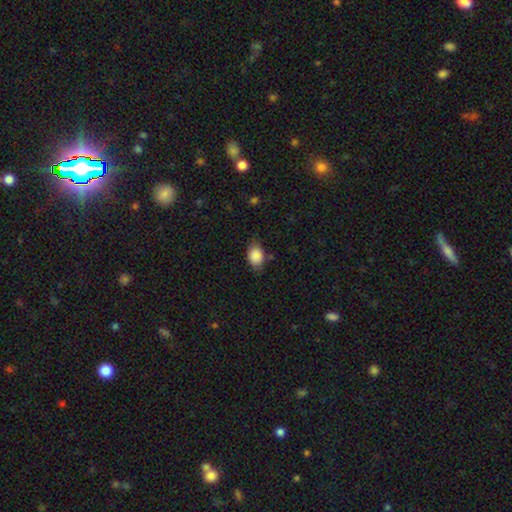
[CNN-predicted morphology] smooth_or_featured: smooth (p=0.86) [alt: star or artifact p=0.08]
how_rounded: in between (p=0.77) [alt: round p=0.22]
merging: none (p=0.68) [alt: minor disturbance p=0.24]